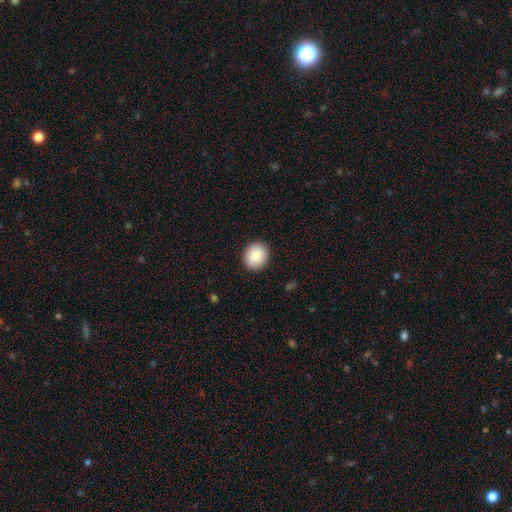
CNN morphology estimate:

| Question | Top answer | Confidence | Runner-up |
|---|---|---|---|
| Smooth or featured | smooth | 89% | star or artifact (7%) |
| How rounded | round | 76% | in between (23%) |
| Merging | none | 91% | minor disturbance (6%) |